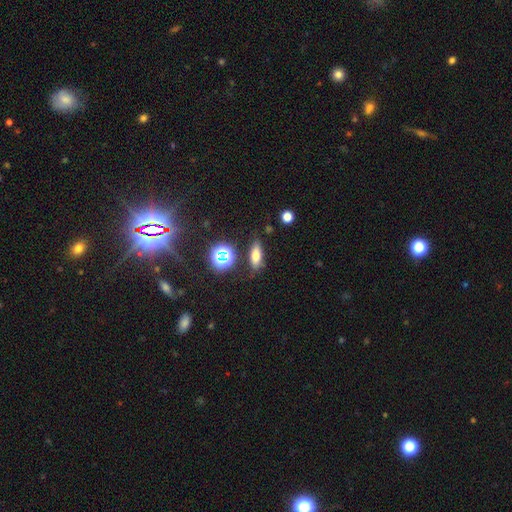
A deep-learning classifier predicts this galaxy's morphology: This appears to be a smooth galaxy with no disk features (66%) that is in between round and cigar-shaped (63%). Merging: none (77%).